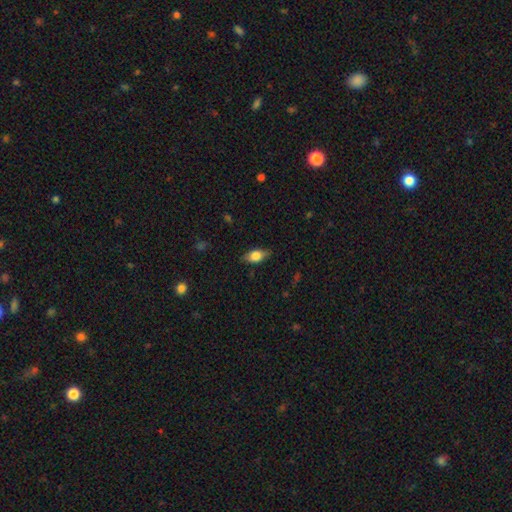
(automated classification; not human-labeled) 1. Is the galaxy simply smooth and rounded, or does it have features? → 72% smooth, 21% featured or disk, 8% star or artifact.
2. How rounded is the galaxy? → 84% in between, 9% cigar-shaped, 8% round.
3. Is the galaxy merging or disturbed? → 81% none, 15% minor disturbance, 3% major disturbance, 1% merger.